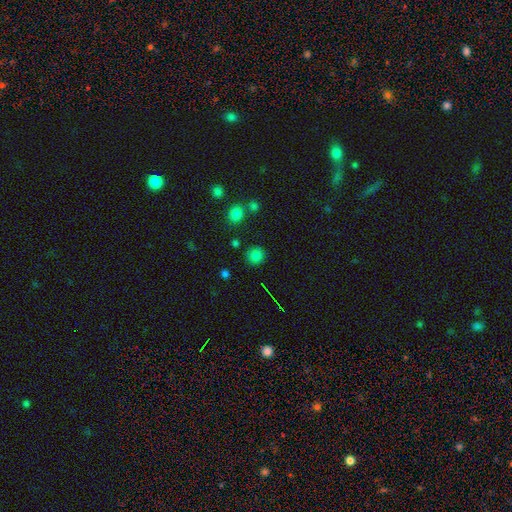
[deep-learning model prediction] A smooth galaxy with no disk features (79%) that is round (90%). Merging: none (86%).